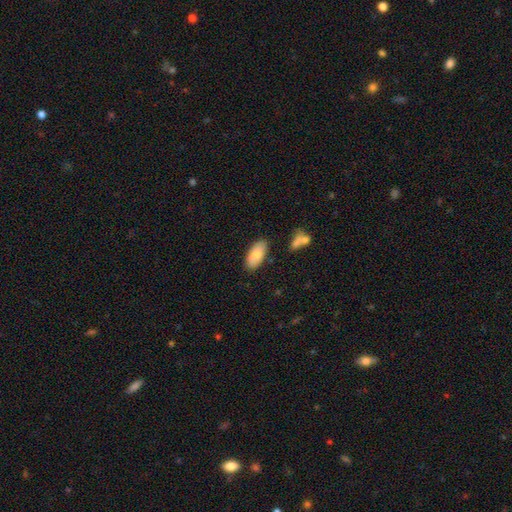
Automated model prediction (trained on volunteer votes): Overall: smooth (81%). How rounded: in between (92%). Merging: none (81%).